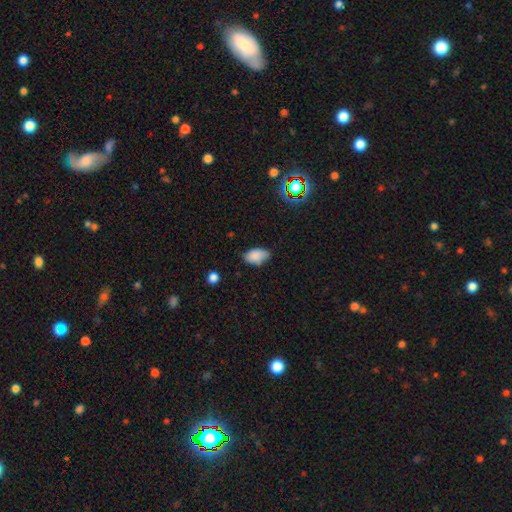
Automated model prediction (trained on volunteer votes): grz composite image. It shows a smooth galaxy with no disk features (86%) that is in between round and cigar-shaped (92%). Merging: none (69%).